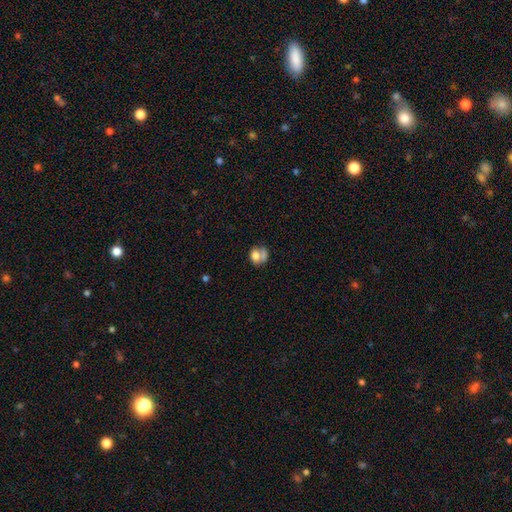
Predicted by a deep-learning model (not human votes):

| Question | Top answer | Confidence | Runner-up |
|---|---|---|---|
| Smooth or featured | smooth | 68% | featured or disk (23%) |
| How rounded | round | 58% | in between (41%) |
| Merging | merger | 36% | none (32%) |